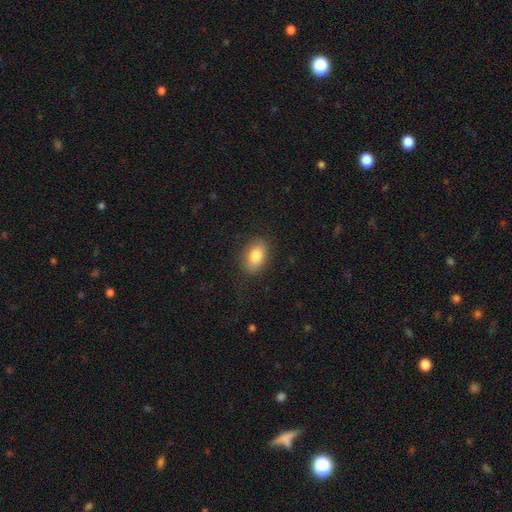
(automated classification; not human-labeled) Smooth or featured: smooth — 83% (featured or disk — 10%)
How rounded: in between — 86% (round — 12%)
Merging: none — 83% (minor disturbance — 12%)